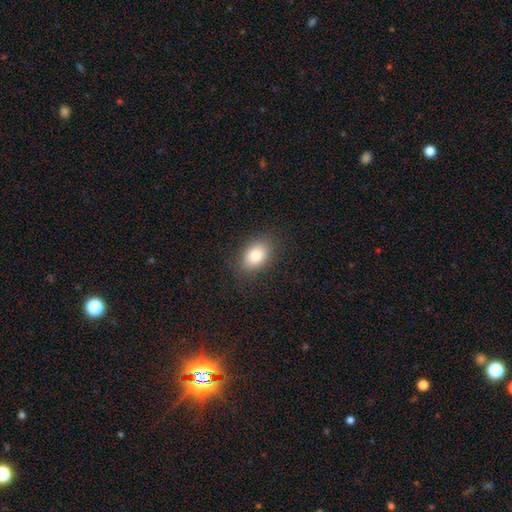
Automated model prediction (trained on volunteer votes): smooth-or-featured: smooth: 82% | featured or disk: 9% | star or artifact: 9%
  how-rounded: in between: 84% | round: 15% | cigar-shaped: 1%
  merging: none: 86% | minor disturbance: 10% | major disturbance: 3% | merger: 1%